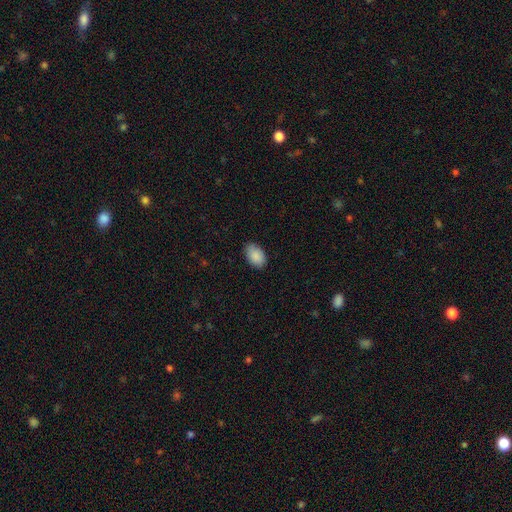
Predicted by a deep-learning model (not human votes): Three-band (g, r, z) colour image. It shows a smooth galaxy with no disk features (89%) that is in between round and cigar-shaped (87%). Merging: none (84%).